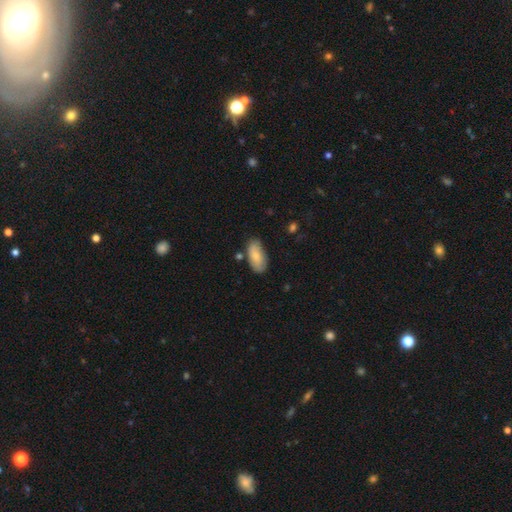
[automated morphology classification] This appears to be a smooth galaxy with no disk features (79%) that is in between round and cigar-shaped (92%). Merging: none (72%).